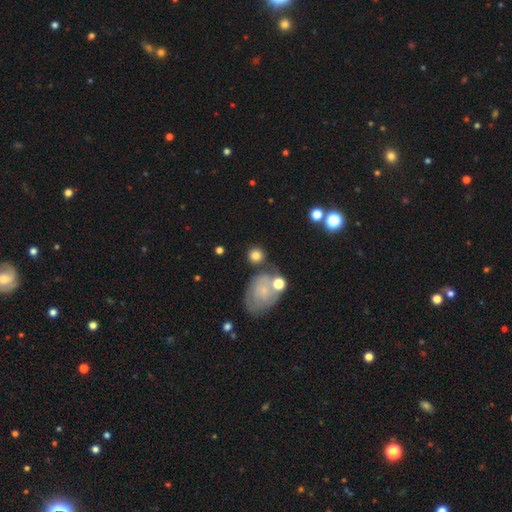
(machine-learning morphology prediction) smooth_or_featured: smooth (p=0.78) [alt: featured or disk p=0.13]
how_rounded: round (p=0.86) [alt: in between p=0.13]
merging: none (p=0.68) [alt: minor disturbance p=0.13]